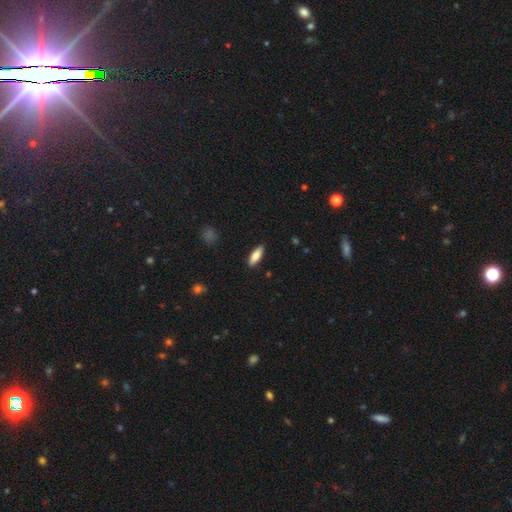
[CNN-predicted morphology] The model was most divided on "how rounded": in between: 51%, cigar-shaped: 47%, round: 2%. More confident: merging — none (89%); smooth or featured — smooth (80%).